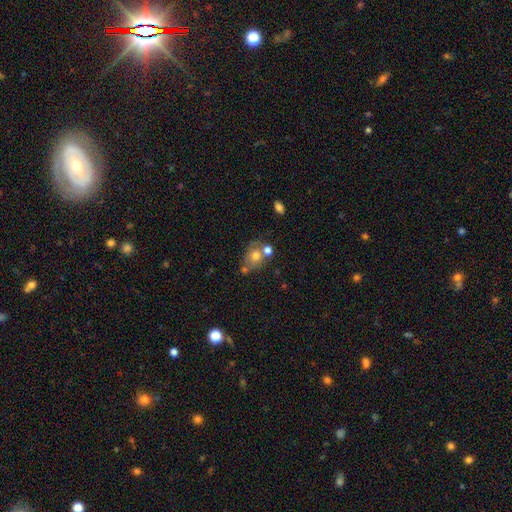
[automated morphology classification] type=smooth (67%); roundness=round (53%); merging=none (48%).